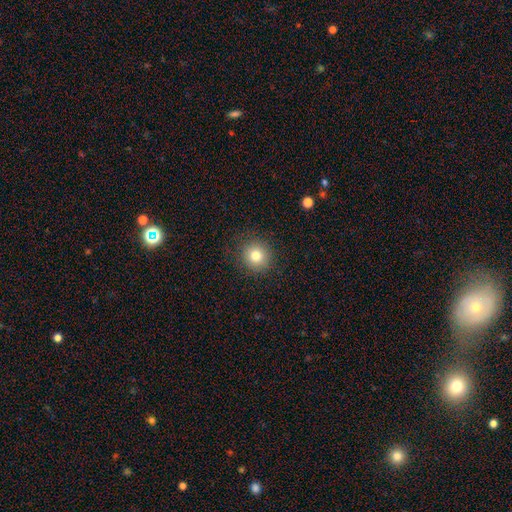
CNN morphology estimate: The model was most divided on "smooth or featured": smooth: 80%, star or artifact: 12%, featured or disk: 8%. More confident: how rounded — round (91%); merging — none (89%).